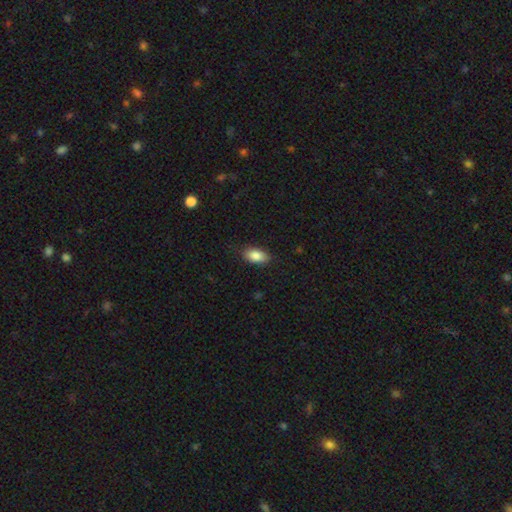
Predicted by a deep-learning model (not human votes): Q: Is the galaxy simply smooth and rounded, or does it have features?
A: smooth — 86%.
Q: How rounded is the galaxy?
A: in between — 91%.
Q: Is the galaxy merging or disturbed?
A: none — 83%.